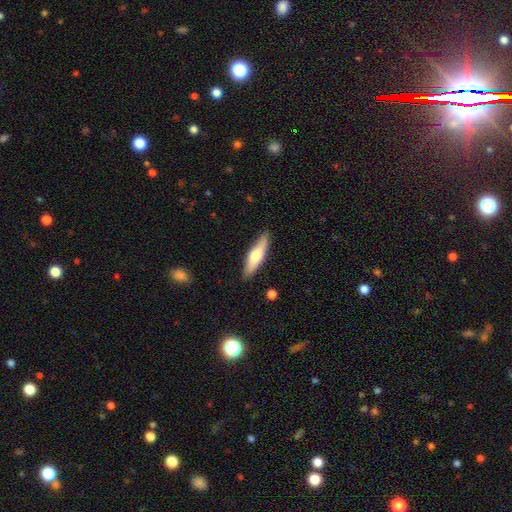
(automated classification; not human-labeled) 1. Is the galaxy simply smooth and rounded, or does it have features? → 62% smooth, 32% featured or disk, 5% star or artifact.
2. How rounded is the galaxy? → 67% cigar-shaped, 31% in between, 2% round.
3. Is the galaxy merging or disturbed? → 86% none, 10% minor disturbance, 2% major disturbance, 1% merger.